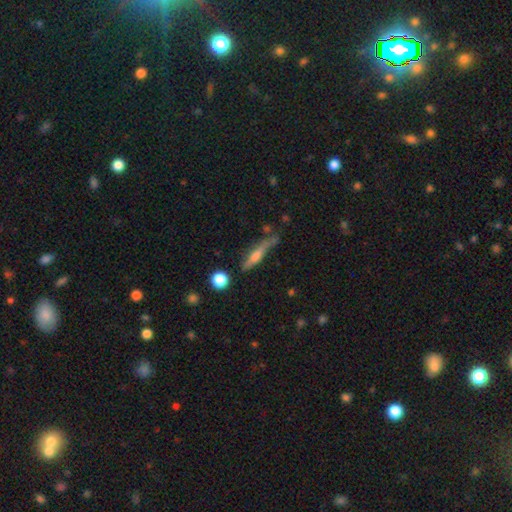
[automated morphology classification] Overall: smooth (48%; featured or disk 43%). Merging: none (55%; minor disturbance 27%).